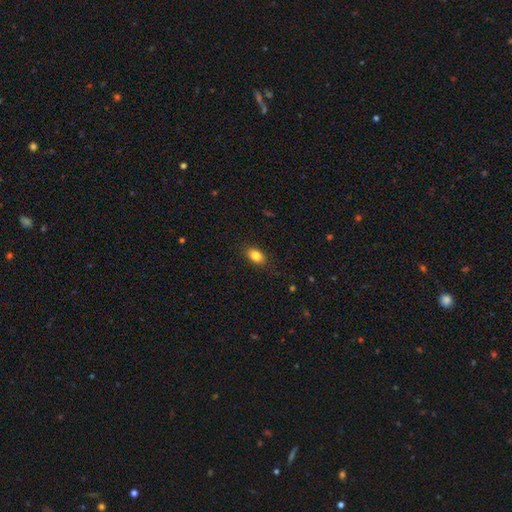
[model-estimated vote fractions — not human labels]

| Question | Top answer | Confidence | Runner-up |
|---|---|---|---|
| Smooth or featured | smooth | 83% | star or artifact (9%) |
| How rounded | in between | 85% | round (13%) |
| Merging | none | 87% | minor disturbance (10%) |